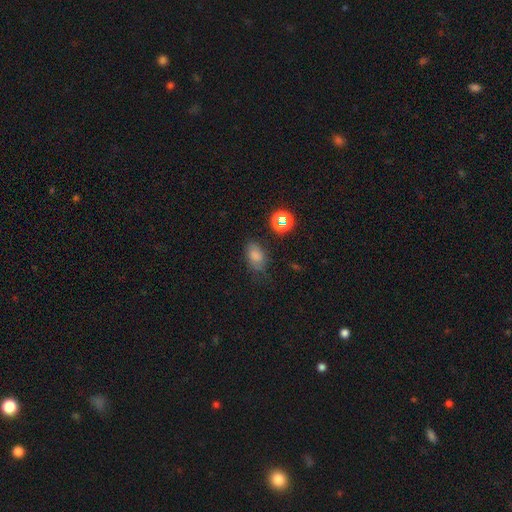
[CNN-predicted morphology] Smooth or featured: smooth — 74% (star or artifact — 16%)
How rounded: in between — 84% (round — 14%)
Merging: none — 67% (minor disturbance — 23%)